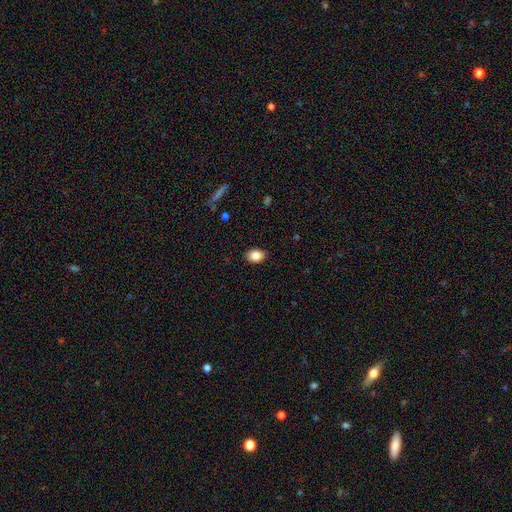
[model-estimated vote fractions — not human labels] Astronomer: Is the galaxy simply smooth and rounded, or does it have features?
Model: smooth — 86%.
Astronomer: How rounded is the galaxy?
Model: in between — 80%.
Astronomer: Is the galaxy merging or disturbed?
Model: none — 87%.